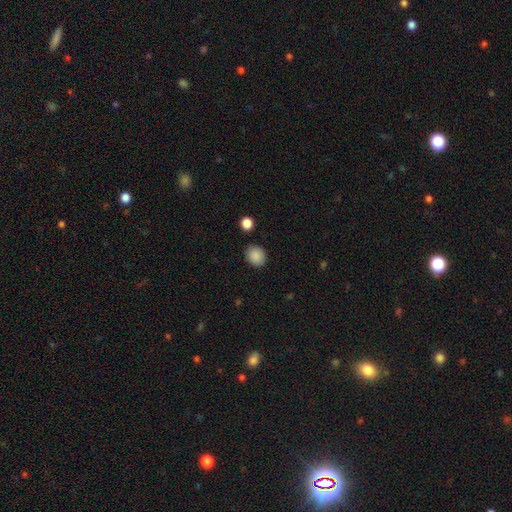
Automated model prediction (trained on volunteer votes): Overall: smooth (89%). How rounded: round (76%). Merging: none (88%).